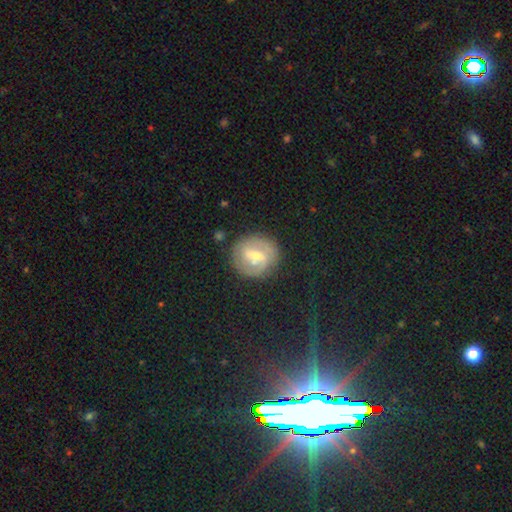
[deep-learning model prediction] A featured or disk galaxy (65%) with a weak bar (52%), spiral arms (74%) and a moderate central bulge (52%).

Vote fractions:
- Smooth or featured? featured or disk: 65% / smooth: 28% / star or artifact: 7%
- Edge-on disk? no: 96% / yes: 4%
- Bar? weak: 52% / strong: 30% / no: 17%
- Spiral arms? yes: 74% / no: 26%
- Bulge size? moderate: 52% / small: 42% / large: 3% / none: 2% / dominant: 1%
- Merging? none: 79% / minor disturbance: 13% / major disturbance: 5% / merger: 3%